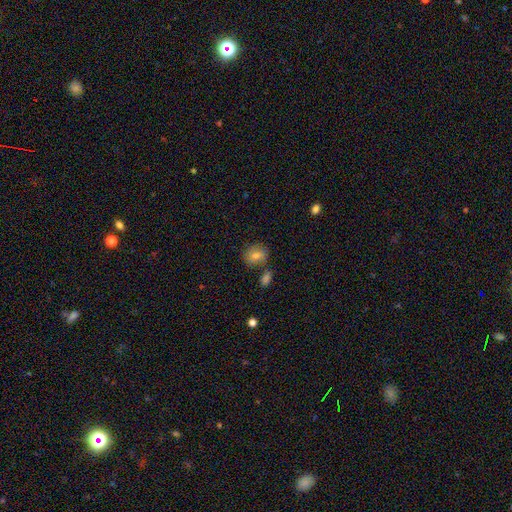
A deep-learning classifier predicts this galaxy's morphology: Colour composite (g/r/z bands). It shows a smooth galaxy with no disk features (74%) that is round (63%). Merging: none (67%).